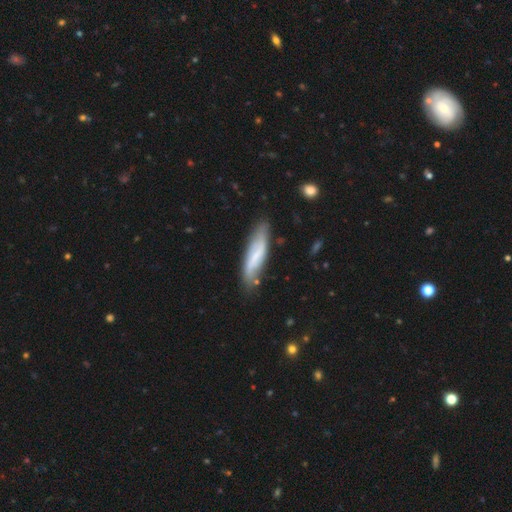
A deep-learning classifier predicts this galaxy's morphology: type=featured or disk (49%); merging=none (73%).